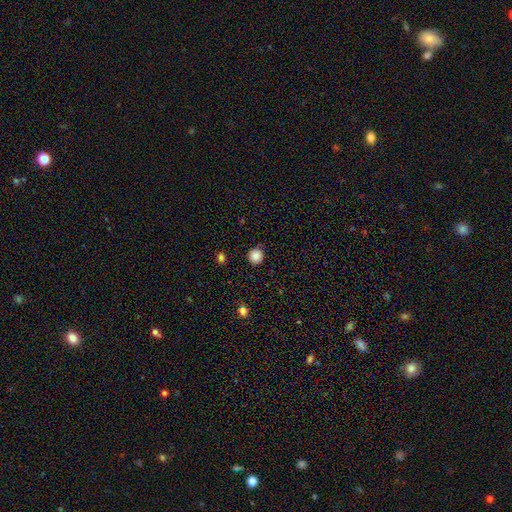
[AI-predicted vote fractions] A smooth galaxy with no disk features (85%) that is round (93%).

Vote fractions:
- Smooth or featured? smooth: 85% / star or artifact: 11% / featured or disk: 4%
- How rounded? round: 93% / in between: 6% / cigar-shaped: 1%
- Merging? none: 88% / minor disturbance: 9% / major disturbance: 2% / merger: 1%